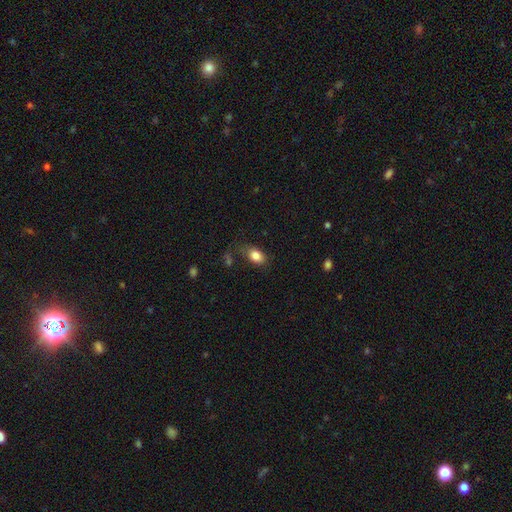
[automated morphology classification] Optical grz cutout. It shows a smooth galaxy with no disk features (84%) that is in between round and cigar-shaped (84%). Merging: none (72%).